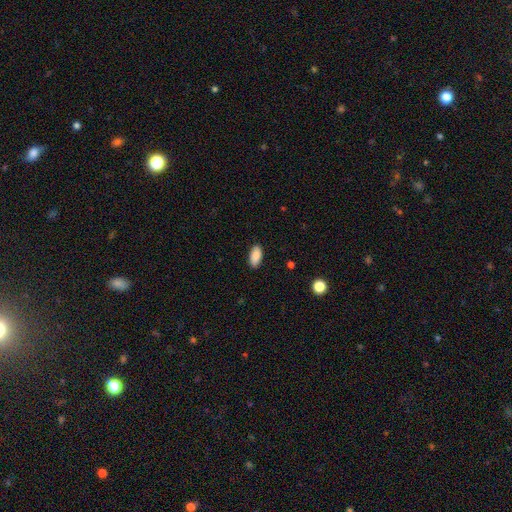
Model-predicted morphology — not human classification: This appears to be a smooth galaxy with no disk features (89%) that is in between round and cigar-shaped (92%). Merging: none (88%).